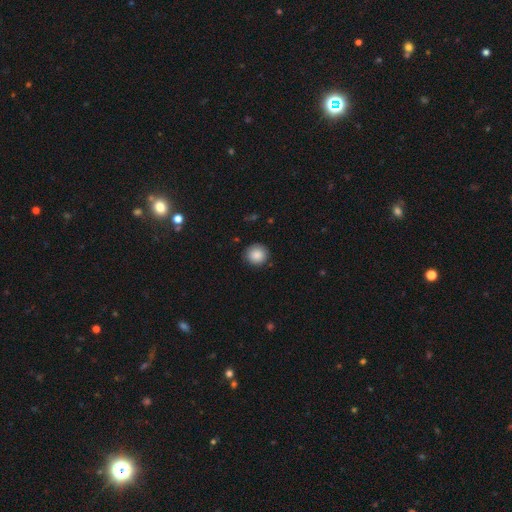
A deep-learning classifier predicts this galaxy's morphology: smooth-or-featured: smooth: 88% | star or artifact: 8% | featured or disk: 4%
  how-rounded: round: 93% | in between: 6% | cigar-shaped: 1%
  merging: none: 88% | minor disturbance: 9% | major disturbance: 2% | merger: 1%